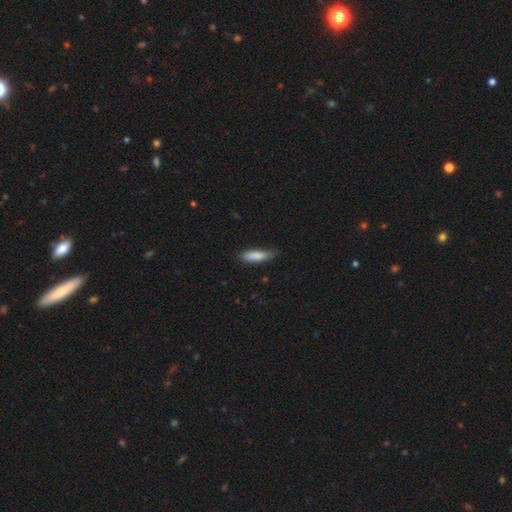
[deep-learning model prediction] A smooth galaxy with no disk features (85%) that is cigar-shaped (62%). Merging: none (72%).